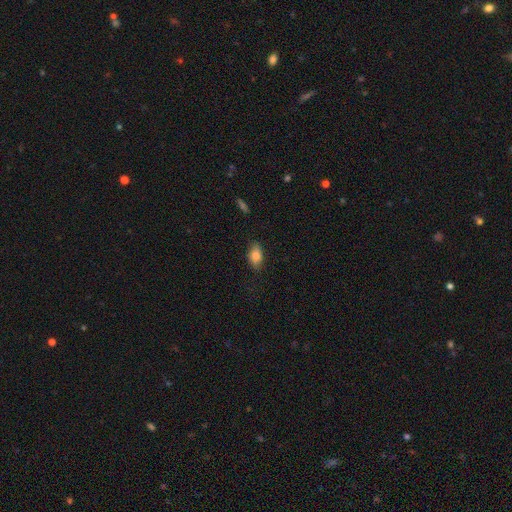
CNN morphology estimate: The model was most divided on "merging": none: 78%, minor disturbance: 17%, major disturbance: 4%, merger: 1%. More confident: how rounded — in between (85%); smooth or featured — smooth (81%).